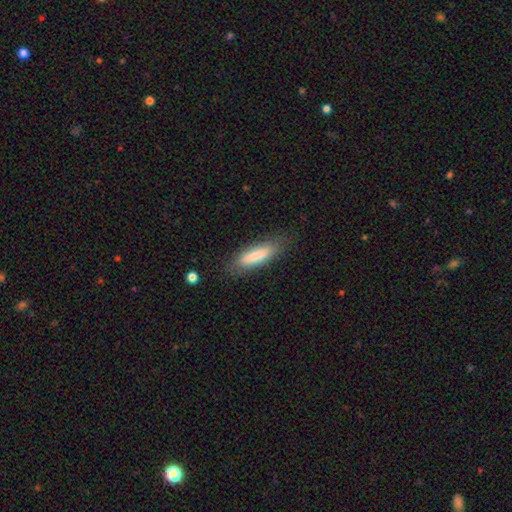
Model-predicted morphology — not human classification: smooth-or-featured: smooth: 79% | featured or disk: 14% | star or artifact: 6%
  how-rounded: cigar-shaped: 63% | in between: 36% | round: 2%
  merging: none: 81% | minor disturbance: 14% | major disturbance: 4% | merger: 1%